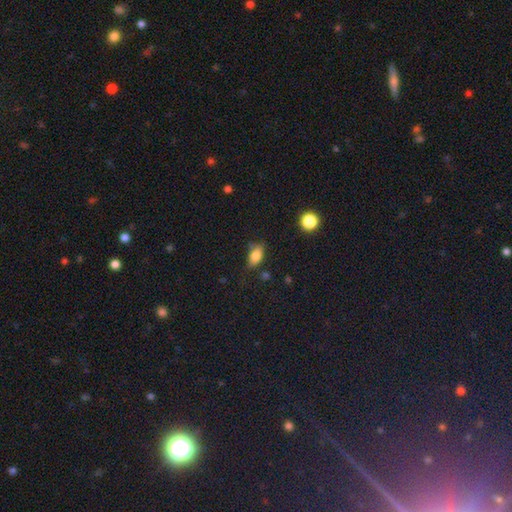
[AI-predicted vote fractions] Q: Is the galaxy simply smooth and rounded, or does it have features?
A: smooth — 80%.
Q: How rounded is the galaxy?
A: in between — 85%.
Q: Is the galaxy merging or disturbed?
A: none — 65%.